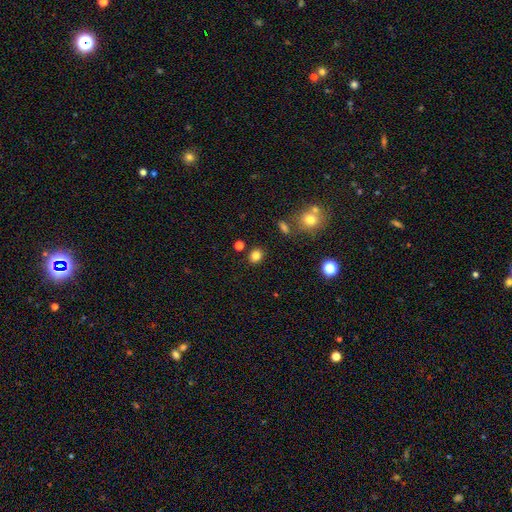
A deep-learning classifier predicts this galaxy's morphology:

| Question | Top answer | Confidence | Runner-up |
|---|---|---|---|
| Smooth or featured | smooth | 82% | star or artifact (13%) |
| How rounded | round | 64% | in between (35%) |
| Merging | none | 85% | minor disturbance (8%) |